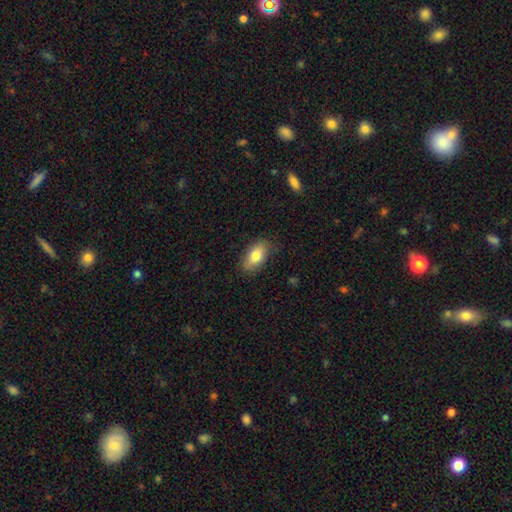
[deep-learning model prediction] Morphology: type=smooth (78%); roundness=in between (90%); merging=none (80%).